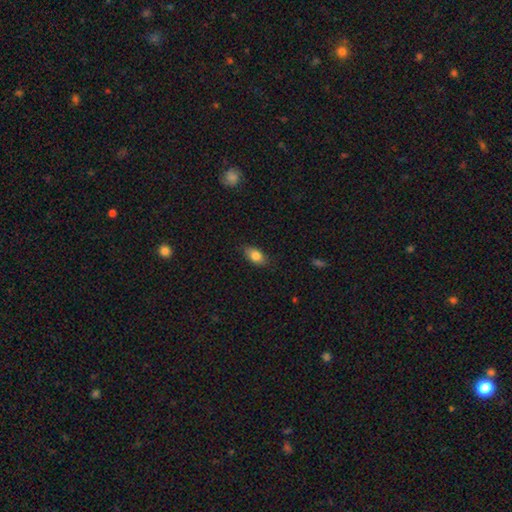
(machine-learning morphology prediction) This is clearly a smooth galaxy (83%). How rounded: clearly in between (88%). Merging: likely none (80%).